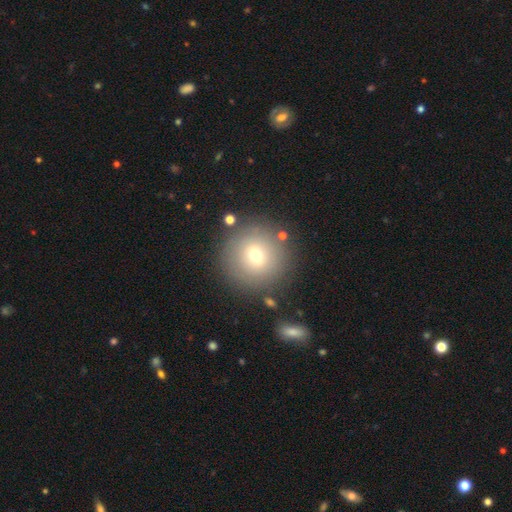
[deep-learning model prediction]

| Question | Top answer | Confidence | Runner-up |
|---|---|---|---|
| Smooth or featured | smooth | 72% | featured or disk (16%) |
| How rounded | round | 95% | in between (4%) |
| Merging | none | 84% | minor disturbance (8%) |